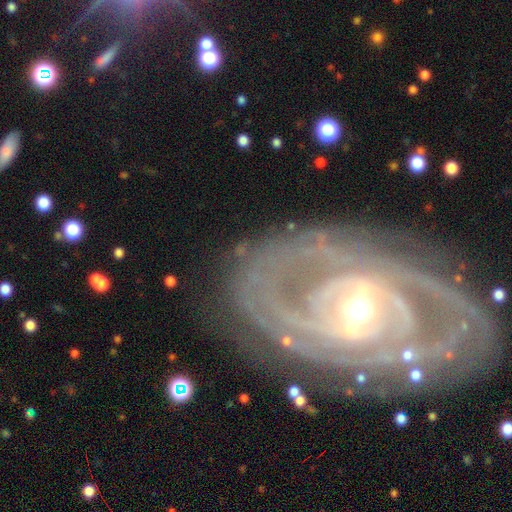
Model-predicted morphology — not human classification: Overall: featured or disk (86%). Edge-on disk: no (95%). Bar: no (44%; weak 30%). Spiral arms: yes (87%). Spiral arm count: 2 (32%; can't tell 30%). Spiral winding: tight (67%). Bulge size: moderate (68%). Merging: none (72%).